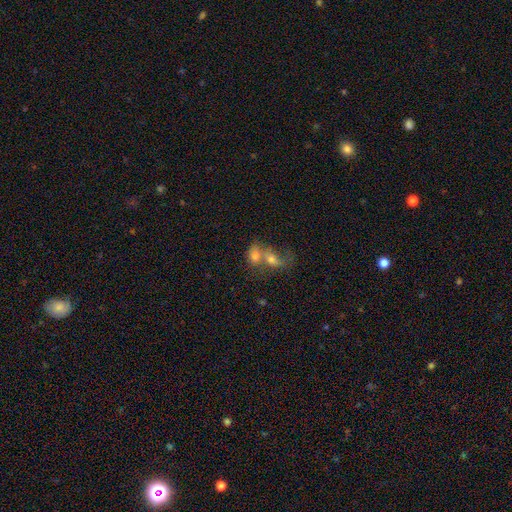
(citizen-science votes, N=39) Volunteers were most divided on "how rounded": in between: 59%, round: 41%, cigar-shaped: 0%. More confident: merging — merger (82%); smooth or featured — smooth (69%).